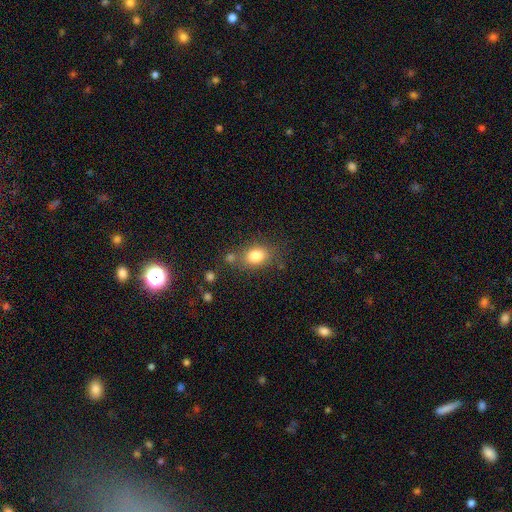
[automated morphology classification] type=smooth (82%); roundness=in between (66%); merging=none (67%).